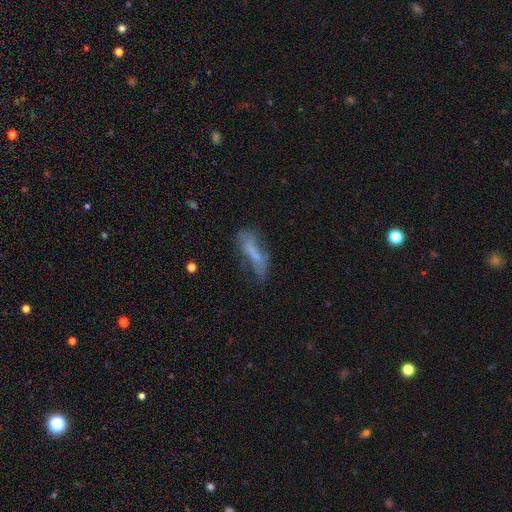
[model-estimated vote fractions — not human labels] Q: Smooth or featured?
A: smooth (47%); runner-up: featured or disk (40%)
Q: Merging?
A: none (42%); runner-up: minor disturbance (26%)